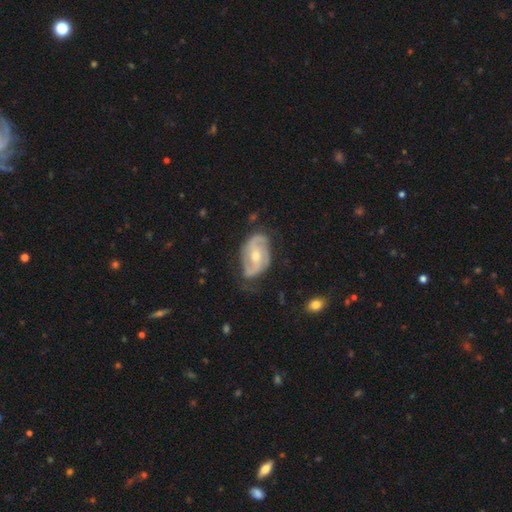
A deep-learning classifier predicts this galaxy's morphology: This appears to be a featured or disk galaxy (80%) with a weak bar (40%), 2 (77%) medium (42%) spiral arms (88%) and a moderate central bulge (58%). Merging: none (62%).